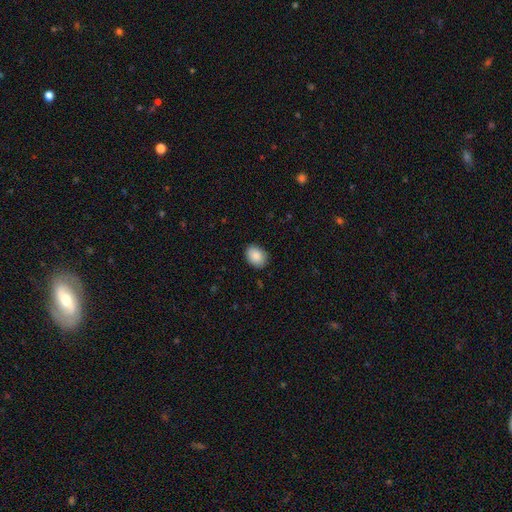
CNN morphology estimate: This is clearly a smooth galaxy (88%). How rounded: likely in between (74%). Merging: clearly none (87%).